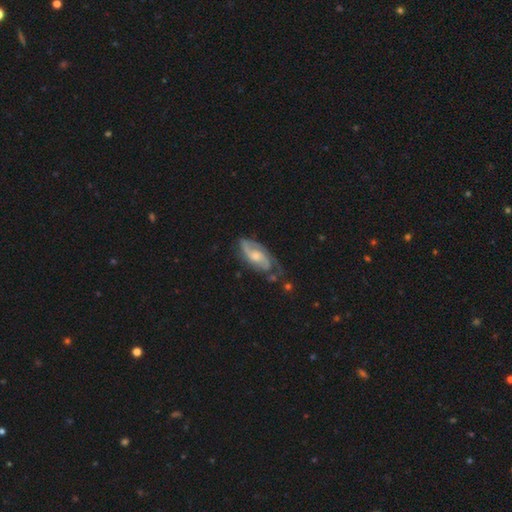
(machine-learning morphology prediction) featured or disk 83%, smooth 12%, star or artifact 5%. Down the decision tree: edge-on disk — no (94%); bar — no (57%); spiral arms — yes (96%); spiral arm count — 2 (74%); spiral winding — medium (47%); bulge size — moderate (50%); merging — none (58%).